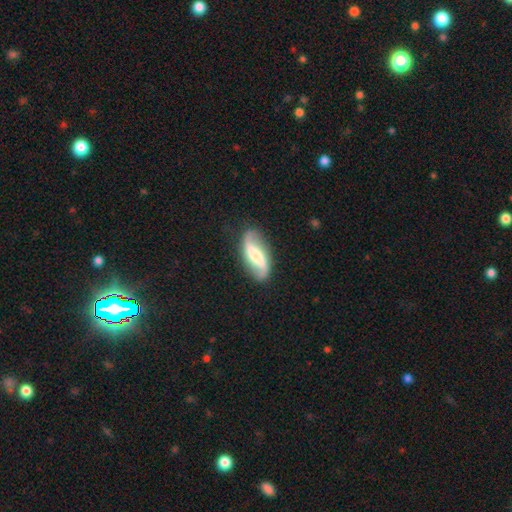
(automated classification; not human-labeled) A featured or disk galaxy (77%) with a strong bar (46%), 2 (93%) loose (76%) spiral arms (94%) and a moderate central bulge (36%). Merging: none (82%).